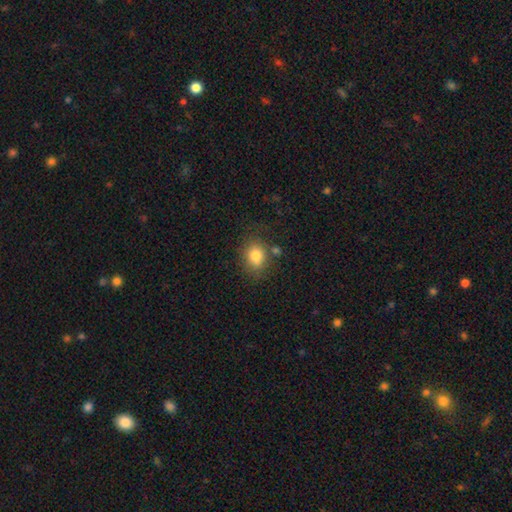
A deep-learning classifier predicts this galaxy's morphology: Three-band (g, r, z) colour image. It shows a smooth galaxy with no disk features (81%) that is in between round and cigar-shaped (53%). Merging: none (70%).